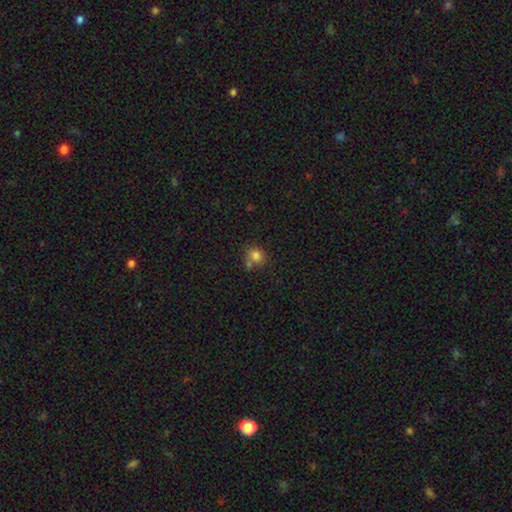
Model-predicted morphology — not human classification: Smooth or featured: smooth — 80% (star or artifact — 12%)
How rounded: round — 76% (in between — 23%)
Merging: none — 50% (merger — 30%)